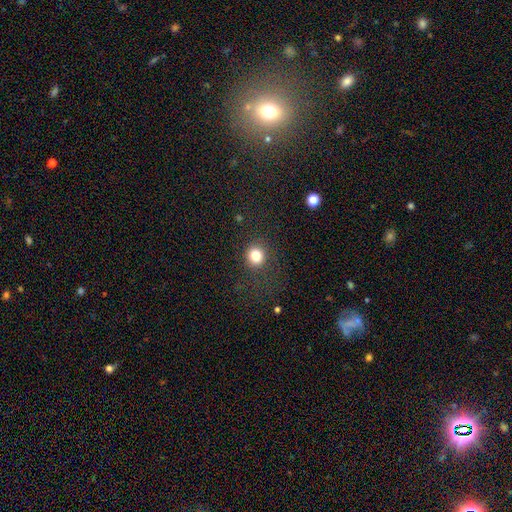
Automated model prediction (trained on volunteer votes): Overall: smooth (82%). How rounded: round (88%). Merging: none (82%).